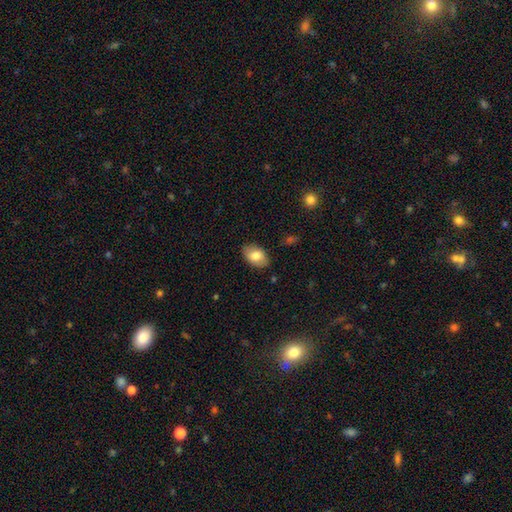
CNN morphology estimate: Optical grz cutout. It shows a smooth galaxy with no disk features (79%) that is in between round and cigar-shaped (89%). Merging: none (85%).